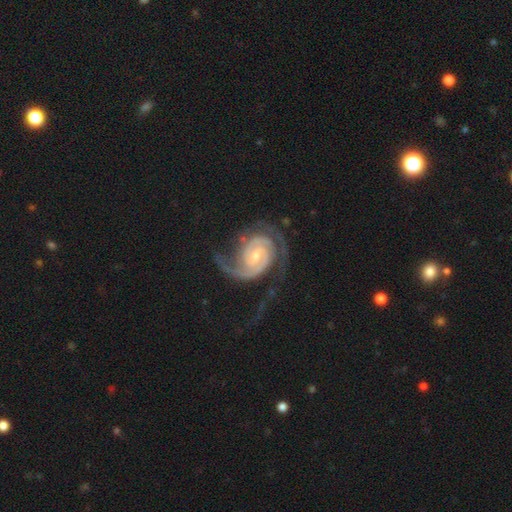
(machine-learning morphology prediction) featured or disk 92%, star or artifact 4%, smooth 3%. Down the decision tree: edge-on disk — no (98%); bar — weak (46%); spiral arms — yes (98%); spiral arm count — 2 (69%); spiral winding — tight (55%); bulge size — small (60%); merging — none (59%).